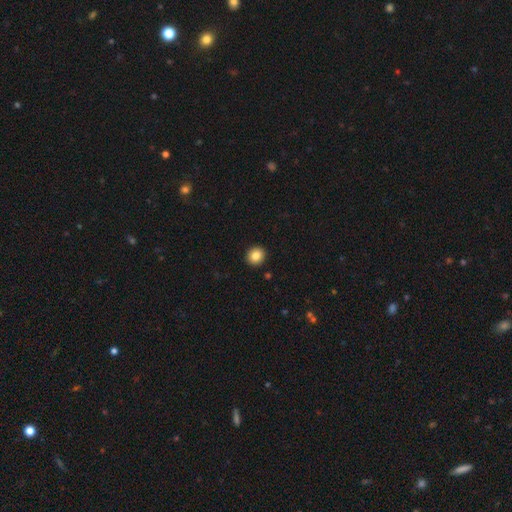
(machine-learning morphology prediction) smooth_or_featured: smooth (p=0.85) [alt: star or artifact p=0.10]
how_rounded: round (p=0.87) [alt: in between p=0.12]
merging: none (p=0.93) [alt: minor disturbance p=0.05]